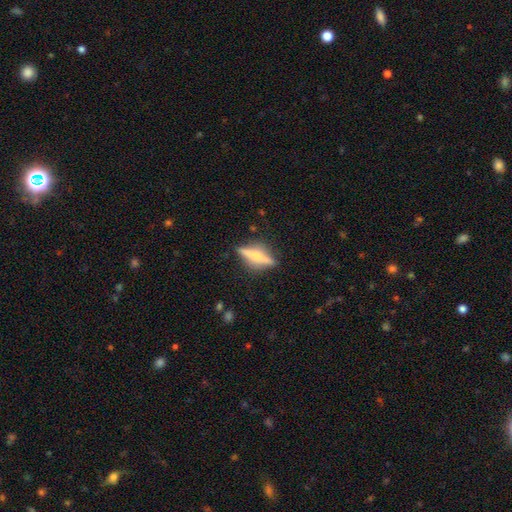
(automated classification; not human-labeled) Smooth or featured: featured or disk — 60% (smooth — 32%)
Edge-on disk: yes — 92% (no — 8%)
Edge-on bulge: rounded — 67% (none — 18%)
Merging: none — 82% (minor disturbance — 12%)